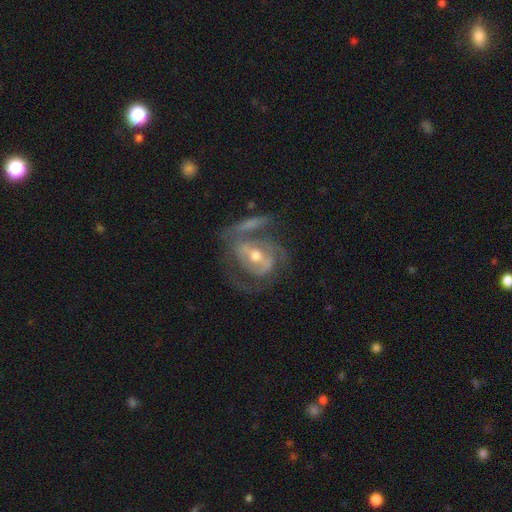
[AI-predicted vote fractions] smooth-or-featured: featured or disk: 84% | smooth: 10% | star or artifact: 6%
  disk-edge-on: no: 95% | yes: 5%
    bar: weak: 38% | no: 33% | strong: 29%
    has-spiral-arms: yes: 83% | no: 17%
      spiral-winding: tight: 44% | medium: 41% | loose: 15%
      spiral-arm-count: 2: 61% | can't tell: 21% | 3: 8% | 1: 6% | 4: 2% | more than 4: 2%
    bulge-size: moderate: 65% | small: 29% | large: 4% | none: 1% | dominant: 1%
  merging: none: 45% | merger: 22% | major disturbance: 17% | minor disturbance: 16%